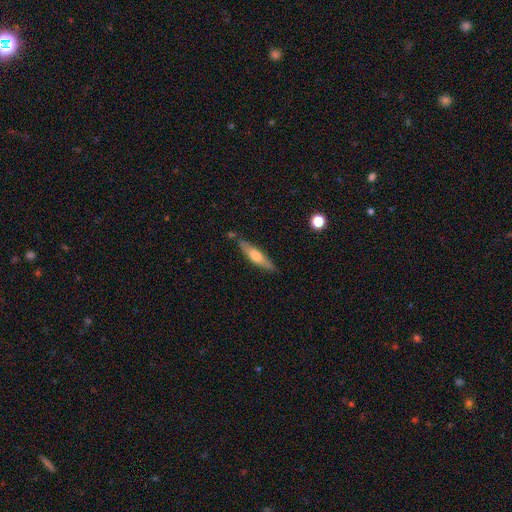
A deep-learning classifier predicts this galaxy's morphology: This appears to be a smooth galaxy with no disk features (51%) that is cigar-shaped (79%). Merging: none (80%).